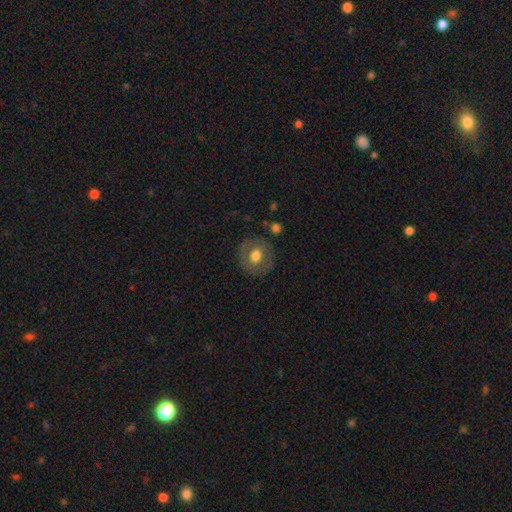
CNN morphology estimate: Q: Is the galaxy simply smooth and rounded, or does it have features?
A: smooth — 62%.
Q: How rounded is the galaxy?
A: round — 85%.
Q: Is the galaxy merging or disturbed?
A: none — 84%.